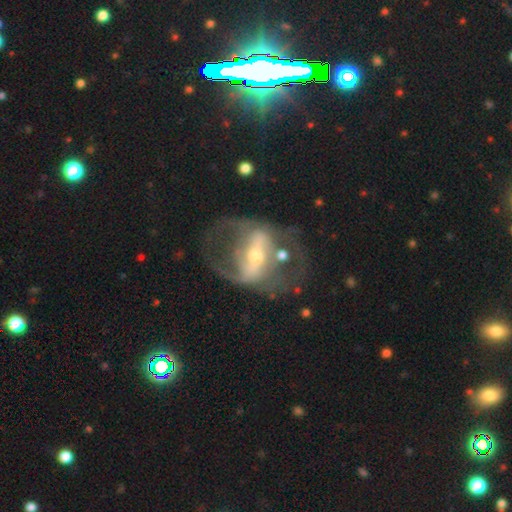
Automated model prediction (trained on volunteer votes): Smooth or featured? featured or disk (83%)
Edge-on disk? no (93%)
Bar? strong (63%)
Spiral arms? yes (68%)
Spiral winding? medium (45%)
Spiral arm count? 2 (78%)
Bulge size? moderate (51%)
Merging? none (49%)